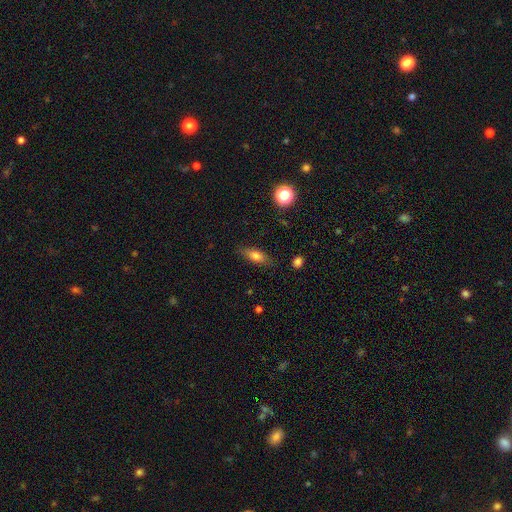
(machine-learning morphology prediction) Smooth or featured? Predicted: smooth (p=0.72). How rounded? Predicted: in between (p=0.67). Merging? Predicted: none (p=0.82).